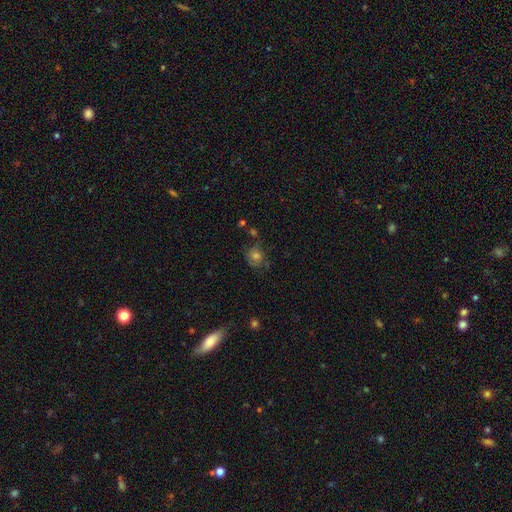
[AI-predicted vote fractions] smooth 61%, featured or disk 20%, star or artifact 19%. Down the decision tree: how rounded — round (75%); merging — none (63%).